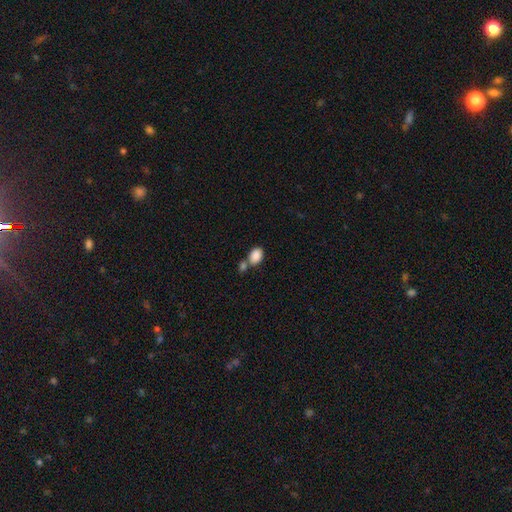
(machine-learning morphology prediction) Smooth or featured? Predicted: smooth (p=0.87). How rounded? Predicted: in between (p=0.83). Merging? Predicted: none (p=0.47).